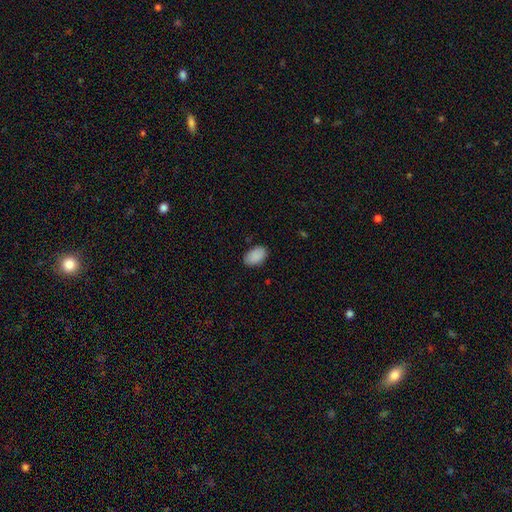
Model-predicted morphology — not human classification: Smooth or featured? Predicted: smooth (p=0.90). How rounded? Predicted: in between (p=0.92). Merging? Predicted: none (p=0.85).